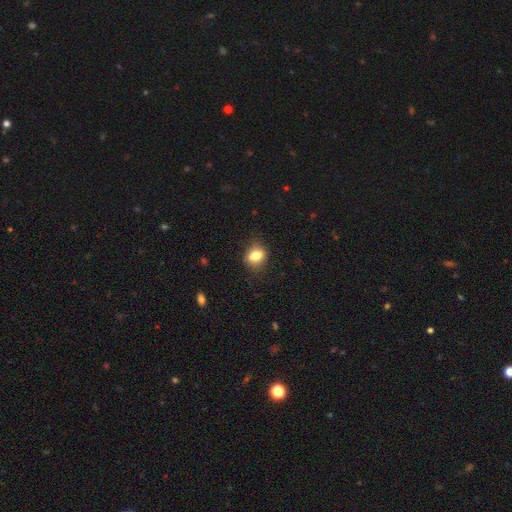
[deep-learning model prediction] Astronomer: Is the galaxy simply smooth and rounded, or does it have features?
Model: smooth — 78%.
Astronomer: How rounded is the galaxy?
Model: in between — 64%.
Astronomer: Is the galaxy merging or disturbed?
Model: none — 79%.